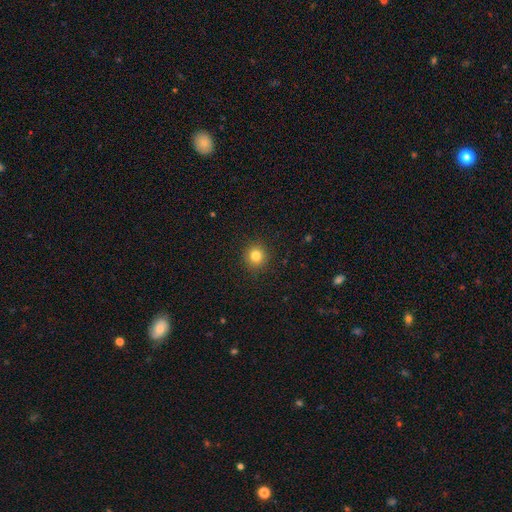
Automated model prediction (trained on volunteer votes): This appears to be a smooth galaxy with no disk features (82%) that is round (93%). Merging: none (91%).